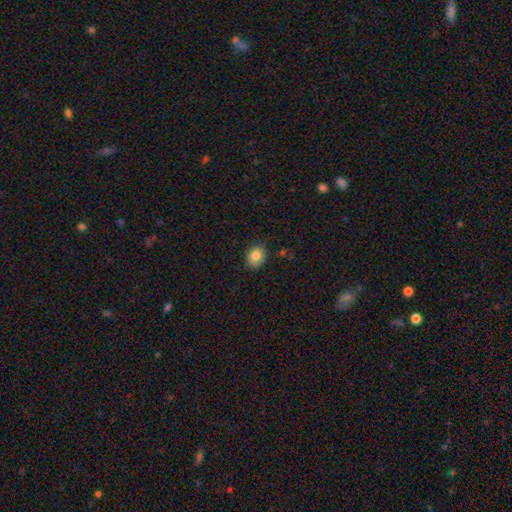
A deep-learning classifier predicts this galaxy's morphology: Smooth or featured: smooth — 83% (star or artifact — 9%)
How rounded: in between — 56% (round — 43%)
Merging: none — 77% (minor disturbance — 18%)